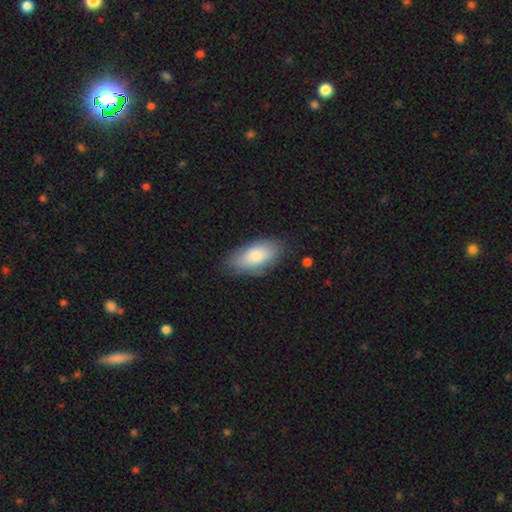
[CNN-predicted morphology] type=smooth (81%); roundness=in between (92%); merging=none (78%).